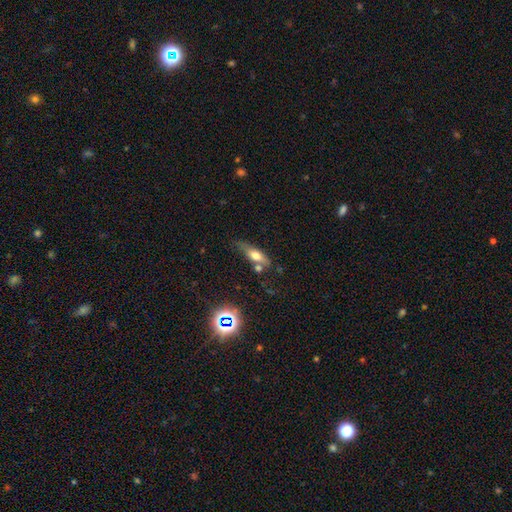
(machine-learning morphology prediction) Smooth or featured? smooth (54%)
How rounded? in between (51%)
Merging? none (51%)